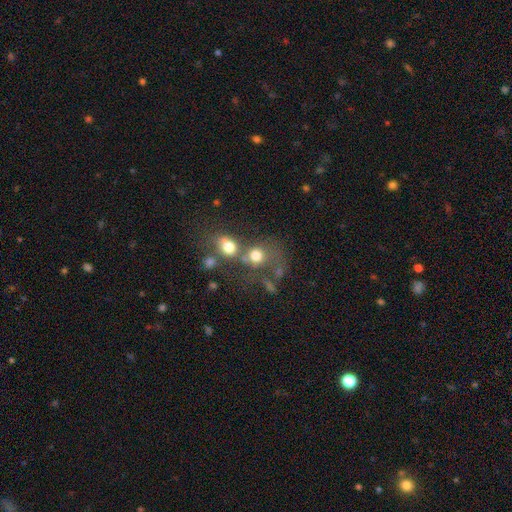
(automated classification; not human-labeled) Morphology: type=star or artifact (49%).